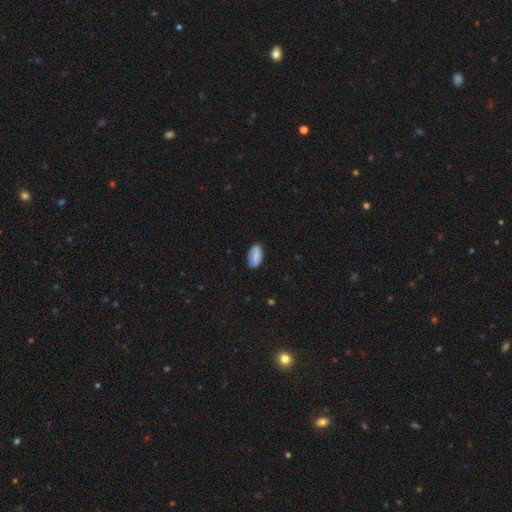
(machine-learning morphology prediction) A smooth galaxy with no disk features (83%) that is in between round and cigar-shaped (91%).

Vote fractions:
- Smooth or featured? smooth: 83% / featured or disk: 10% / star or artifact: 7%
- How rounded? in between: 91% / cigar-shaped: 6% / round: 3%
- Merging? none: 84% / minor disturbance: 13% / major disturbance: 2% / merger: 1%